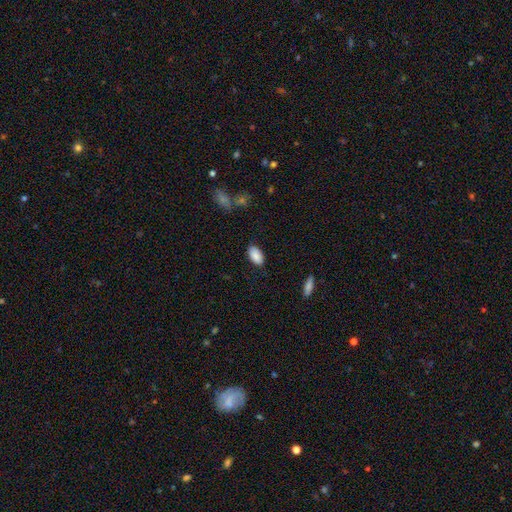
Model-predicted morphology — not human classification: This appears to be a smooth galaxy with no disk features (89%) that is in between round and cigar-shaped (94%). Merging: none (85%).